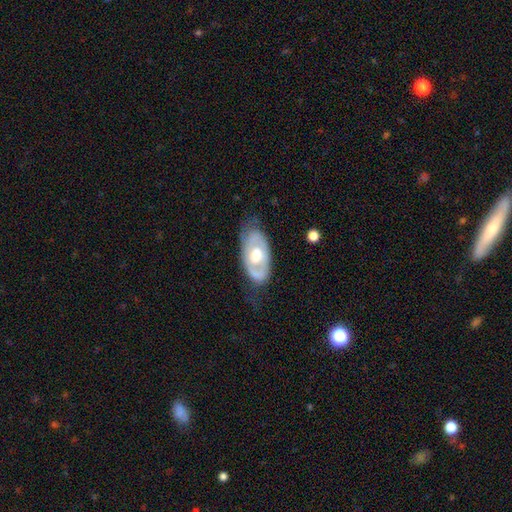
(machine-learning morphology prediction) A featured or disk galaxy (66%) with no bar (71%), spiral arms (53%) and a moderate central bulge (62%). Merging: none (63%).